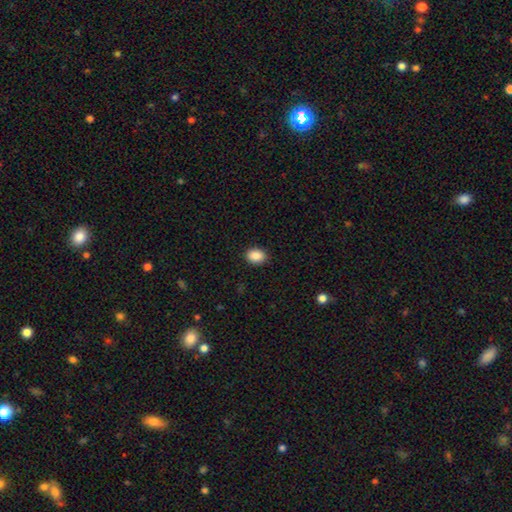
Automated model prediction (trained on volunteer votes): Smooth or featured? smooth (89%)
How rounded? in between (59%)
Merging? none (89%)